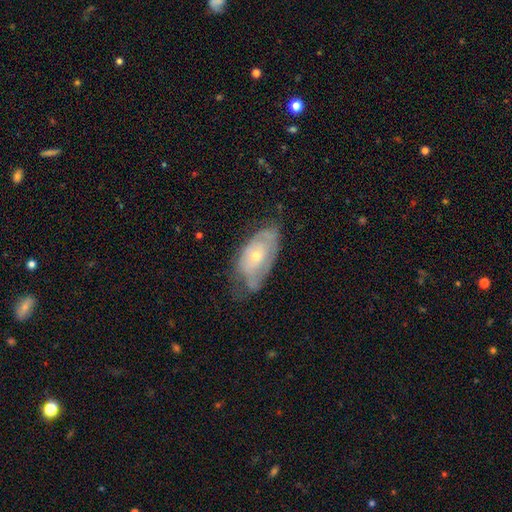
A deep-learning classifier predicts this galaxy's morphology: The model was most divided on "merging": none: 49%, minor disturbance: 33%, major disturbance: 16%, merger: 2%. More confident: edge-on disk — no (90%); bar — no (82%); smooth or featured — featured or disk (63%); spiral arms — yes (61%); bulge size — small (60%).